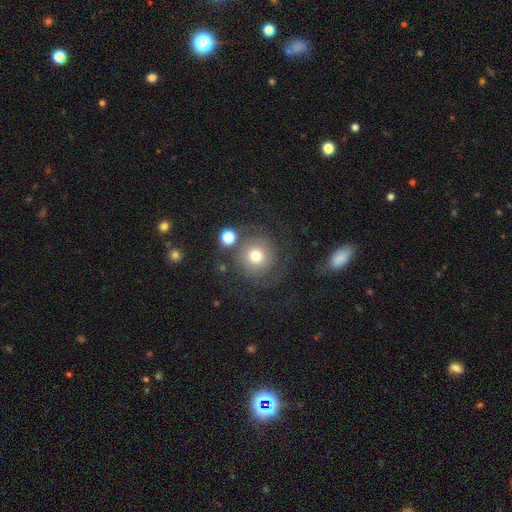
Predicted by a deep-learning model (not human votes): Q: Smooth or featured?
A: smooth (57%); runner-up: featured or disk (30%)
Q: How rounded?
A: round (93%); runner-up: in between (6%)
Q: Merging?
A: none (64%); runner-up: major disturbance (14%)